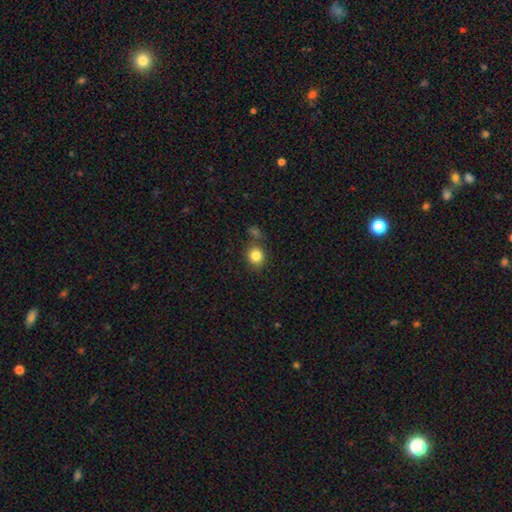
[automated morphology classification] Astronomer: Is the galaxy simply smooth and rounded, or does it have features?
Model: smooth — 83%.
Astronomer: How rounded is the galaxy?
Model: round — 78%.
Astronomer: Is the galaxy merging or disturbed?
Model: none — 73%.